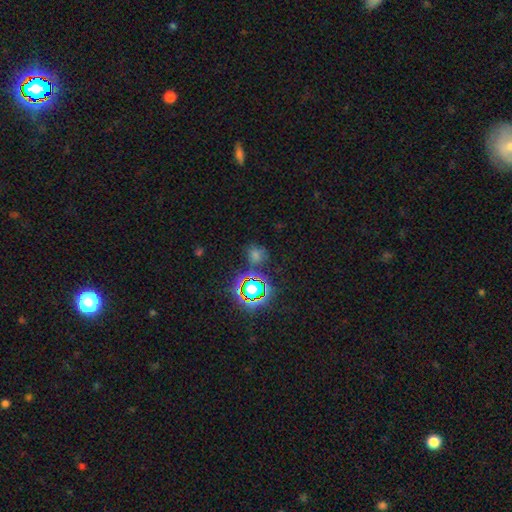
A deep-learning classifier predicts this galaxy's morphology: A star or artifact, not a galaxy (52%).

Vote fractions:
- Smooth or featured? star or artifact: 52% / smooth: 39% / featured or disk: 9%